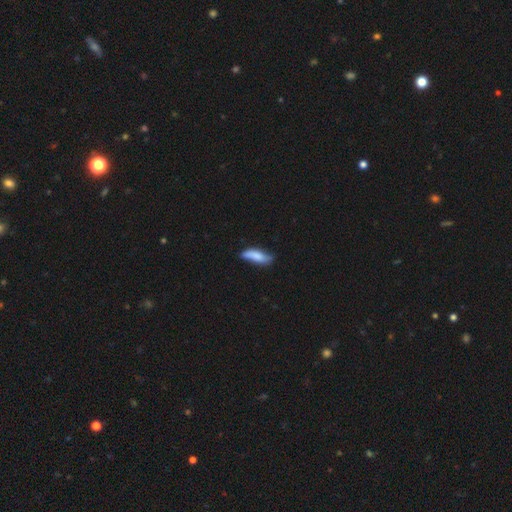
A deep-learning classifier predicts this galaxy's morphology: Smooth or featured? smooth (69%)
How rounded? in between (49%)
Merging? none (62%)